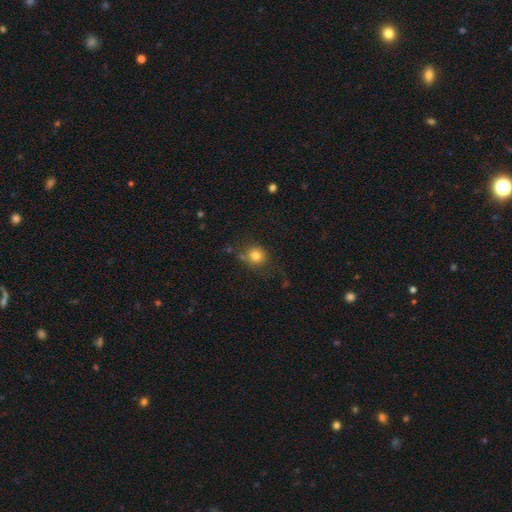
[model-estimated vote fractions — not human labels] This appears to be a smooth galaxy with no disk features (79%) that is round (87%). Merging: none (74%).